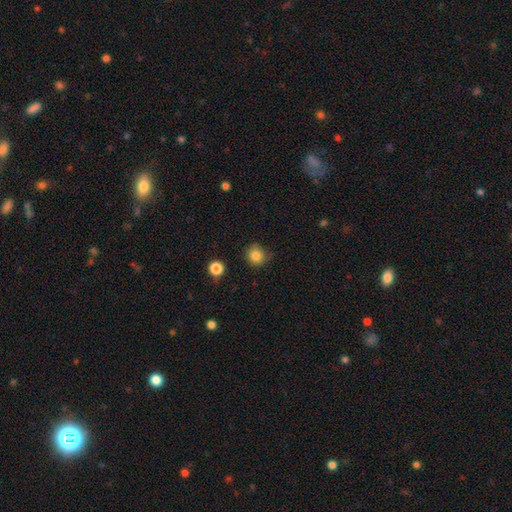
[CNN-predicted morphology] type=smooth (84%); roundness=round (90%); merging=none (78%).